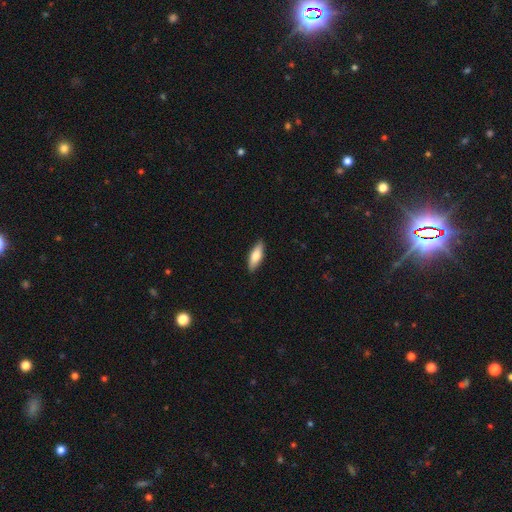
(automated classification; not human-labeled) The model was most divided on "how rounded": in between: 62%, cigar-shaped: 36%, round: 2%. More confident: merging — none (88%); smooth or featured — smooth (71%).